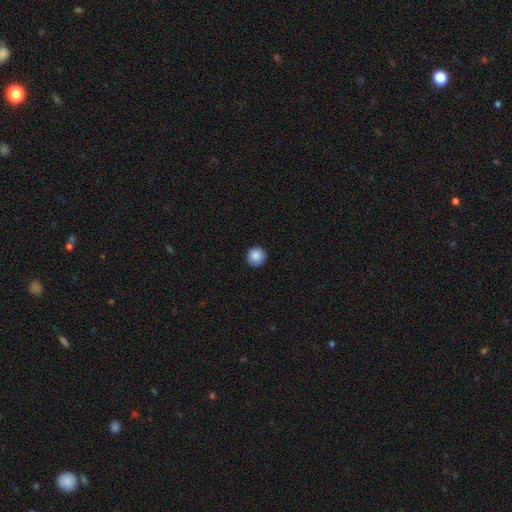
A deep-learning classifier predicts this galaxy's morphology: Smooth or featured: smooth — 88% (star or artifact — 9%)
How rounded: round — 95% (in between — 4%)
Merging: none — 89% (minor disturbance — 8%)